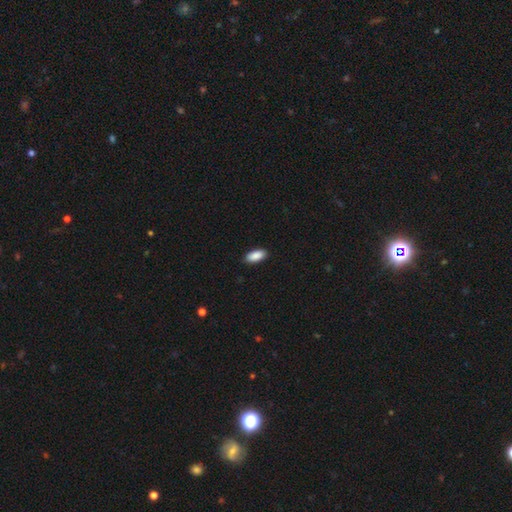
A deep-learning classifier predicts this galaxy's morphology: A smooth galaxy with no disk features (90%) that is in between round and cigar-shaped (89%). Merging: none (90%).